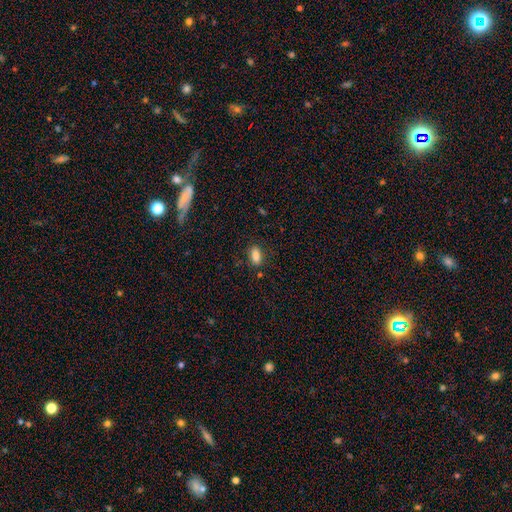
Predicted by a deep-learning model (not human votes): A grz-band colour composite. It shows a smooth galaxy with no disk features (85%) that is in between round and cigar-shaped (86%). Merging: none (82%).